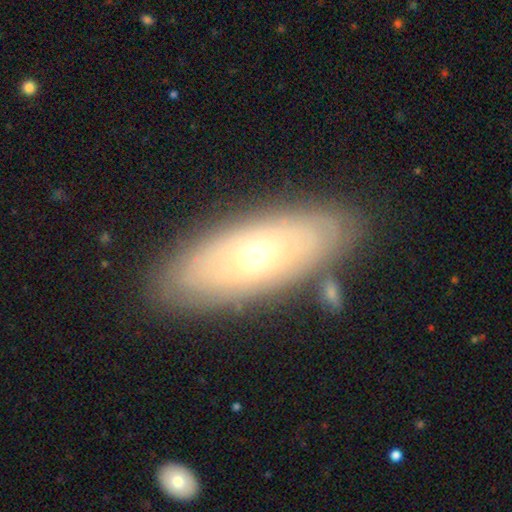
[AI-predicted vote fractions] smooth-or-featured: featured or disk: 49% | smooth: 44% | star or artifact: 7%
  merging: none: 82% | minor disturbance: 11% | merger: 3% | major disturbance: 3%